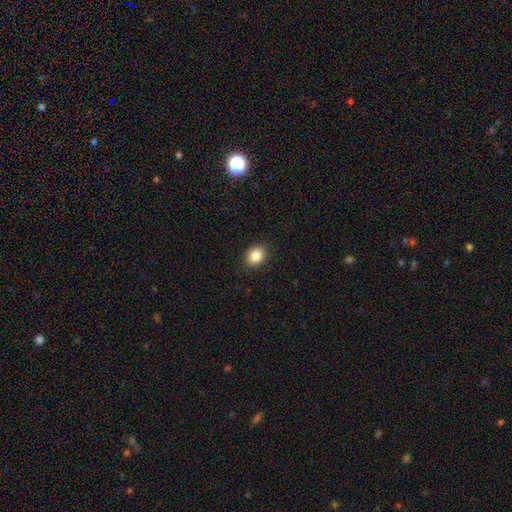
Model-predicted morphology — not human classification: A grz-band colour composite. It shows a smooth galaxy with no disk features (85%) that is in between round and cigar-shaped (52%). Merging: none (90%).